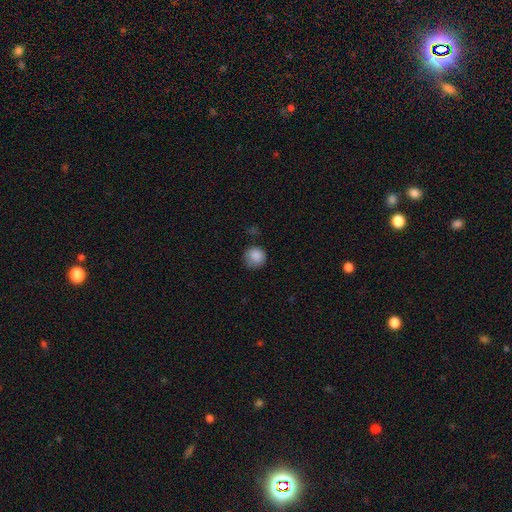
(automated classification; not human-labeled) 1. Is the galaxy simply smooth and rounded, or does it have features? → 87% smooth, 9% star or artifact, 4% featured or disk.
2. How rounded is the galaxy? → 90% round, 10% in between, 1% cigar-shaped.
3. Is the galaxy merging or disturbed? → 74% none, 20% minor disturbance, 5% major disturbance, 2% merger.